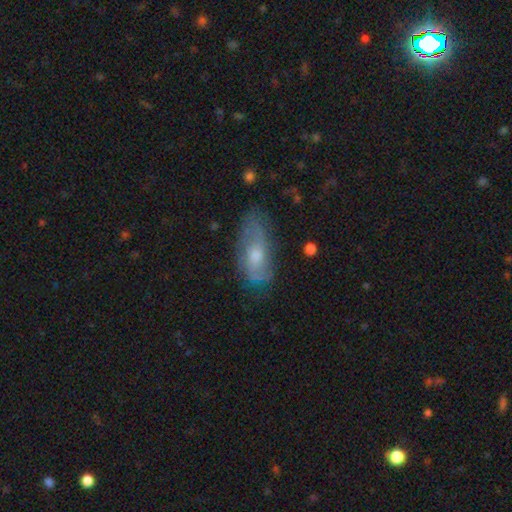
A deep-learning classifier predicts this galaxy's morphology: type=featured or disk (51%); edge-on=no (80%); merging=none (76%).